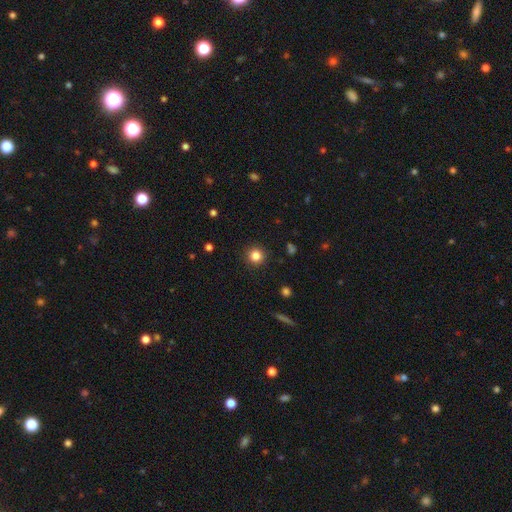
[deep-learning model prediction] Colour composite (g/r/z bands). It shows a smooth galaxy with no disk features (83%) that is round (95%). Merging: none (91%).